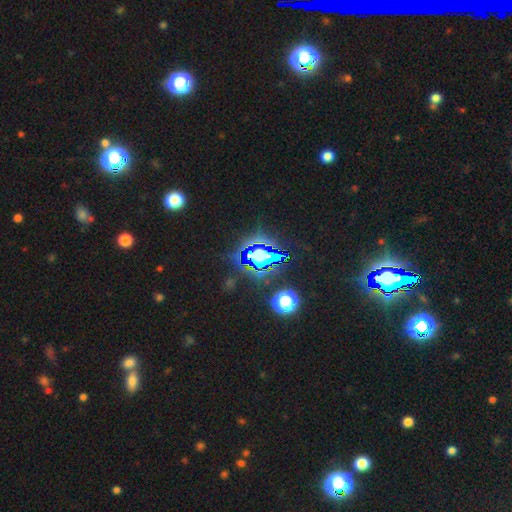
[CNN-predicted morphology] Smooth or featured? star or artifact (81%)